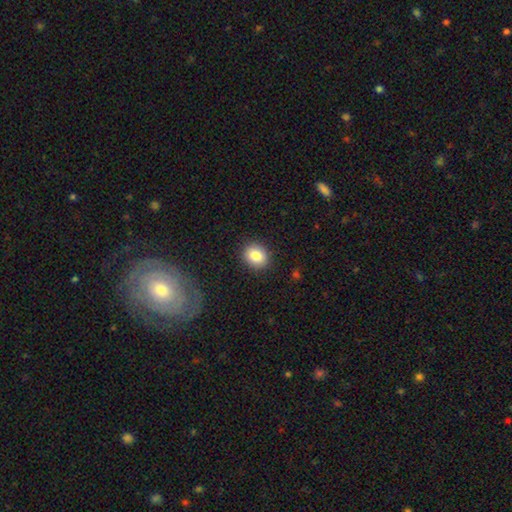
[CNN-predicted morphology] Smooth or featured?
  - smooth: 84% *
  - star or artifact: 9%
  - featured or disk: 7%
How rounded?
  - round: 65% *
  - in between: 34%
  - cigar-shaped: 1%
Merging?
  - none: 89% *
  - minor disturbance: 7%
  - major disturbance: 2%
  - merger: 1%